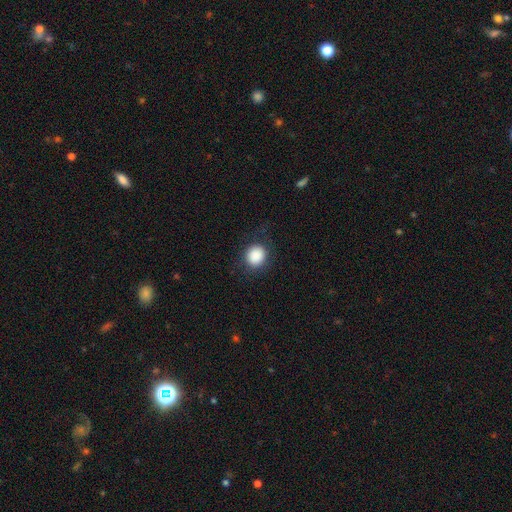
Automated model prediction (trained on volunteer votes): smooth_or_featured: smooth (p=0.88) [alt: star or artifact p=0.08]
how_rounded: round (p=0.81) [alt: in between p=0.18]
merging: none (p=0.84) [alt: minor disturbance p=0.10]